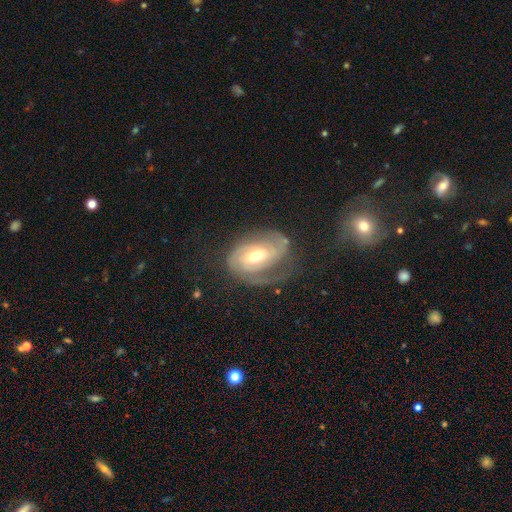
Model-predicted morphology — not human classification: A featured or disk galaxy (81%) with no bar (42%), 2 (50%) tight (55%) spiral arms (93%) and a moderate central bulge (67%).

Vote fractions:
- Smooth or featured? featured or disk: 81% / smooth: 13% / star or artifact: 6%
- Edge-on disk? no: 96% / yes: 4%
- Bar? no: 42% / weak: 41% / strong: 17%
- Spiral arms? yes: 93% / no: 7%
- Spiral winding? tight: 55% / medium: 34% / loose: 12%
- Spiral arm count? 2: 50% / can't tell: 19% / 1: 18% / 3: 8% / 4: 2% / more than 4: 2%
- Bulge size? moderate: 67% / small: 26% / large: 5% / none: 1% / dominant: 1%
- Merging? none: 55% / minor disturbance: 23% / major disturbance: 19% / merger: 2%